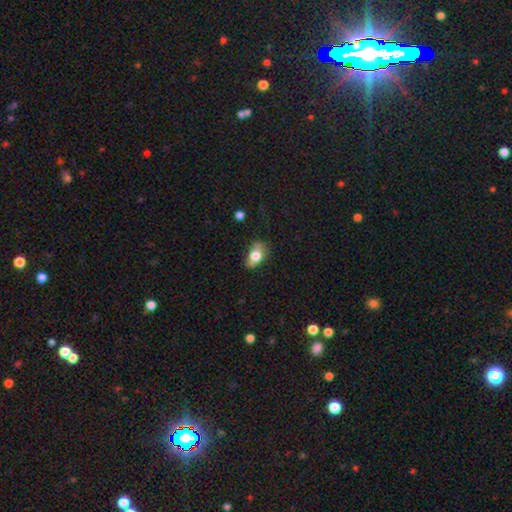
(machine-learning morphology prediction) A smooth galaxy with no disk features (74%) that is in between round and cigar-shaped (86%). Merging: none (66%).